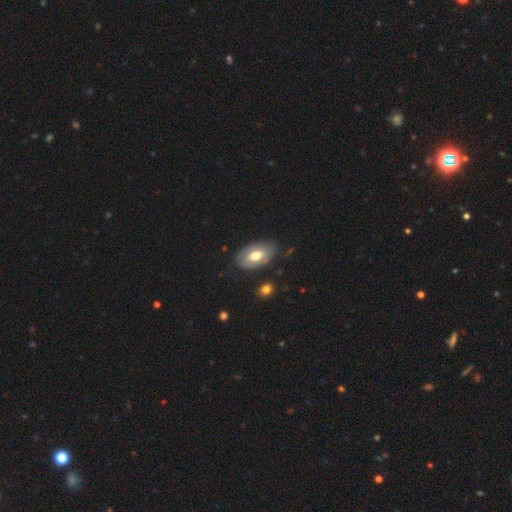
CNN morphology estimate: Q: Smooth or featured?
A: smooth (64%); runner-up: featured or disk (30%)
Q: How rounded?
A: in between (94%); runner-up: round (4%)
Q: Merging?
A: none (76%); runner-up: minor disturbance (17%)